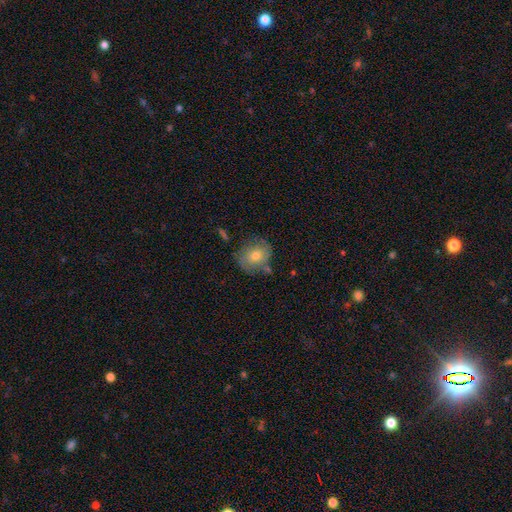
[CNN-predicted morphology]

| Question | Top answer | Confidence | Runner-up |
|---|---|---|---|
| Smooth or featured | smooth | 59% | featured or disk (32%) |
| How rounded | round | 71% | in between (28%) |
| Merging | none | 66% | minor disturbance (21%) |